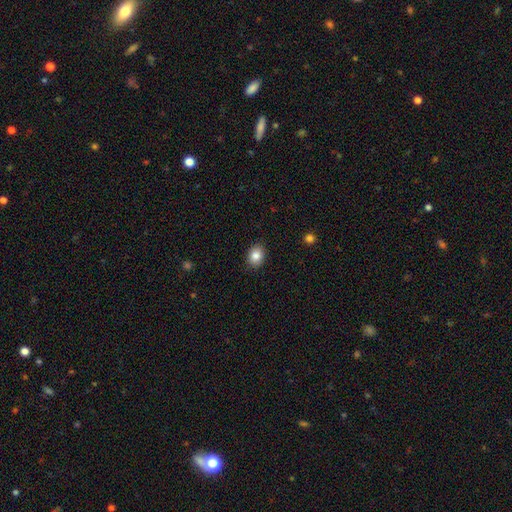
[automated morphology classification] smooth_or_featured: smooth (p=0.85) [alt: star or artifact p=0.09]
how_rounded: in between (p=0.57) [alt: round p=0.42]
merging: none (p=0.89) [alt: minor disturbance p=0.08]